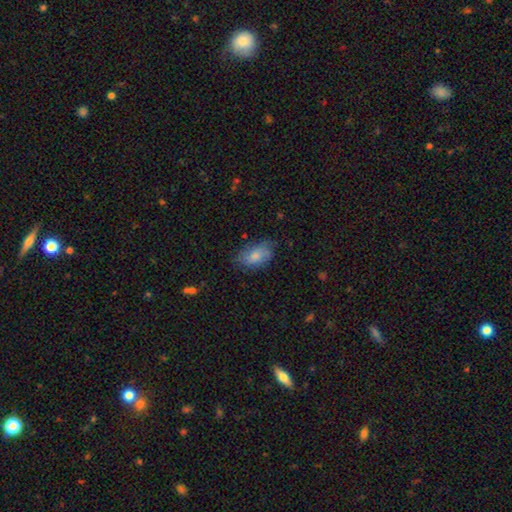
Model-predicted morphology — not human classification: smooth_or_featured: smooth (p=0.72) [alt: featured or disk p=0.21]
how_rounded: in between (p=0.91) [alt: round p=0.06]
merging: none (p=0.67) [alt: minor disturbance p=0.24]